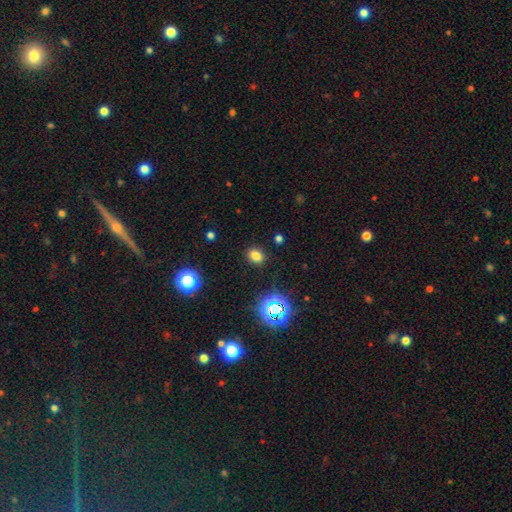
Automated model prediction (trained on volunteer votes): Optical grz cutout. It shows a smooth galaxy with no disk features (74%) that is in between round and cigar-shaped (58%). Merging: none (88%).